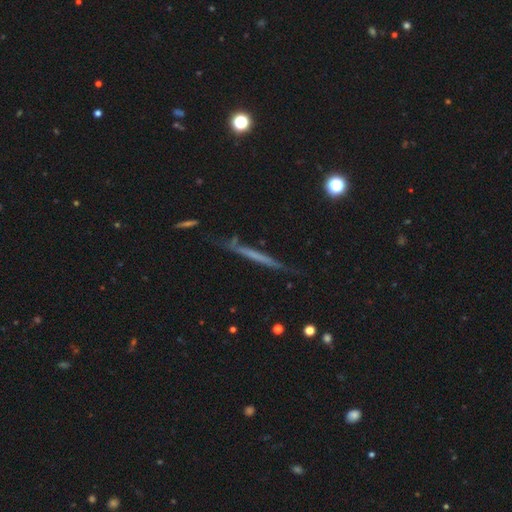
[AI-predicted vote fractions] The model was most divided on "smooth or featured": featured or disk: 50%, smooth: 41%, star or artifact: 9%. More confident: edge-on disk — yes (93%); merging — none (78%).